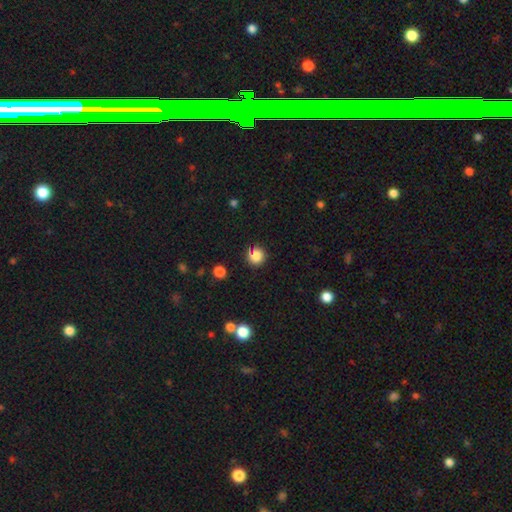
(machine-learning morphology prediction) Smooth or featured? Predicted: smooth (p=0.81). How rounded? Predicted: round (p=0.91). Merging? Predicted: none (p=0.79).